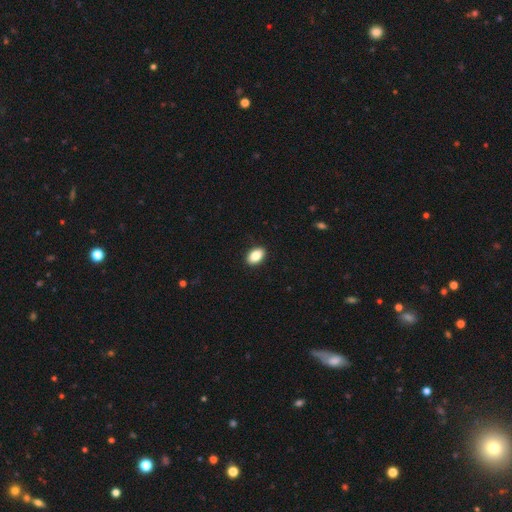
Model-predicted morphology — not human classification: smooth 86%, star or artifact 8%, featured or disk 6%. Down the decision tree: how rounded — in between (89%); merging — none (90%).